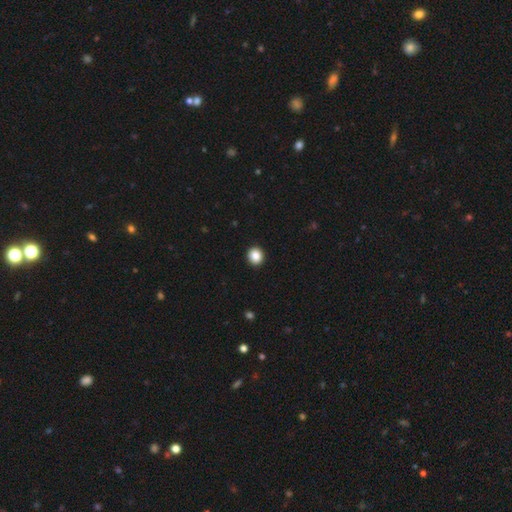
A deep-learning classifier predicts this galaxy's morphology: Q: Smooth or featured?
A: smooth (87%); runner-up: star or artifact (9%)
Q: How rounded?
A: round (81%); runner-up: in between (18%)
Q: Merging?
A: none (93%); runner-up: minor disturbance (5%)